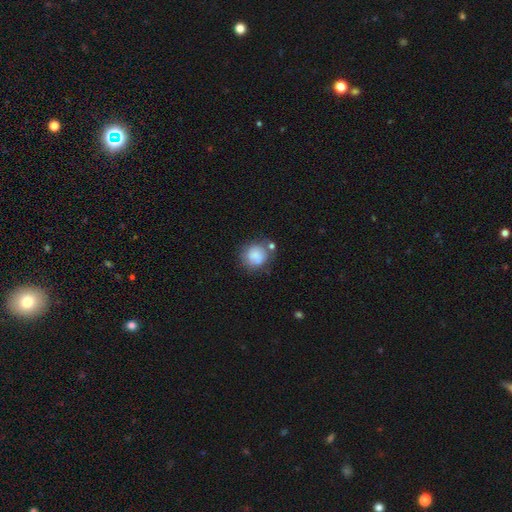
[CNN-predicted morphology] smooth-or-featured: smooth: 77% | featured or disk: 15% | star or artifact: 8%
  how-rounded: round: 84% | in between: 15% | cigar-shaped: 1%
  merging: none: 60% | minor disturbance: 20% | merger: 12% | major disturbance: 8%